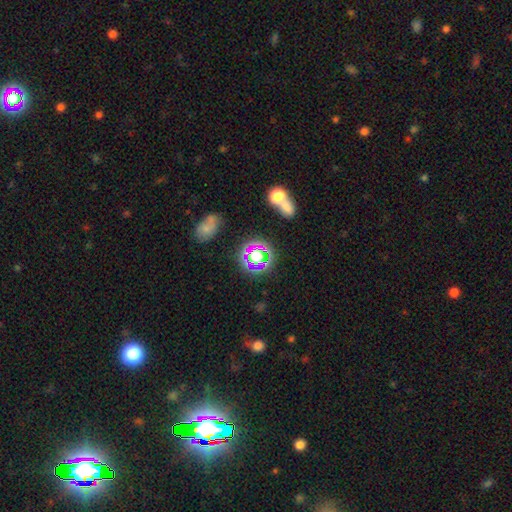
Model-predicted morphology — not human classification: Smooth or featured: star or artifact — 52% (smooth — 34%)